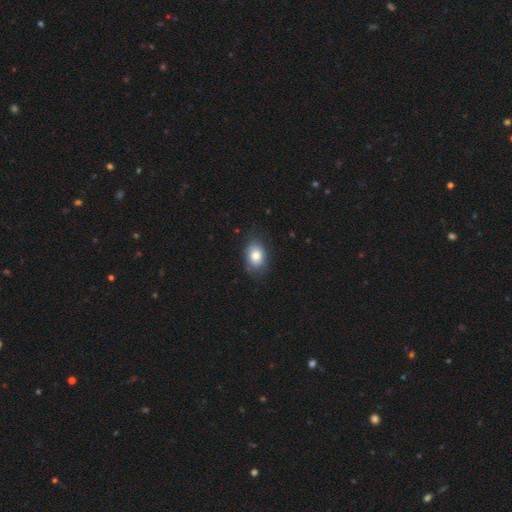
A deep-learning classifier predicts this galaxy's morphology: This appears to be a smooth galaxy with no disk features (81%) that is in between round and cigar-shaped (79%). Merging: none (78%).